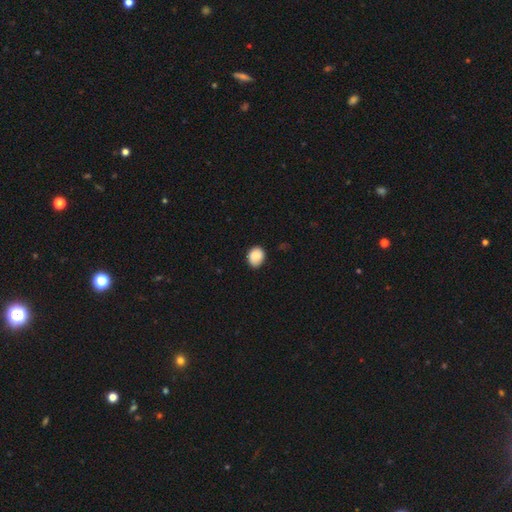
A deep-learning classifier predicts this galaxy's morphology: This appears to be a smooth galaxy with no disk features (84%) that is round (59%). Merging: none (78%).